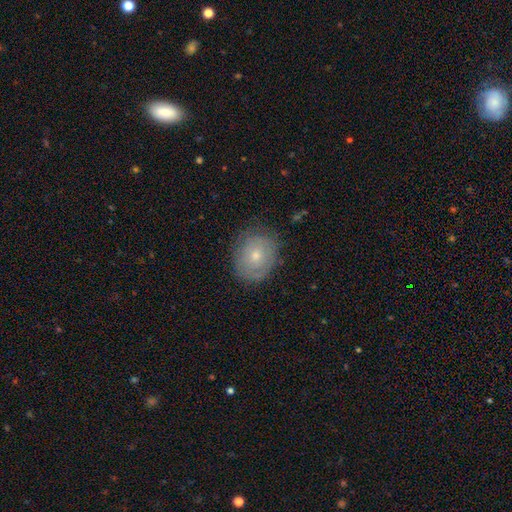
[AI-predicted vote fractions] Smooth or featured: smooth — 52% (featured or disk — 40%)
How rounded: round — 58% (in between — 41%)
Merging: none — 75% (minor disturbance — 19%)